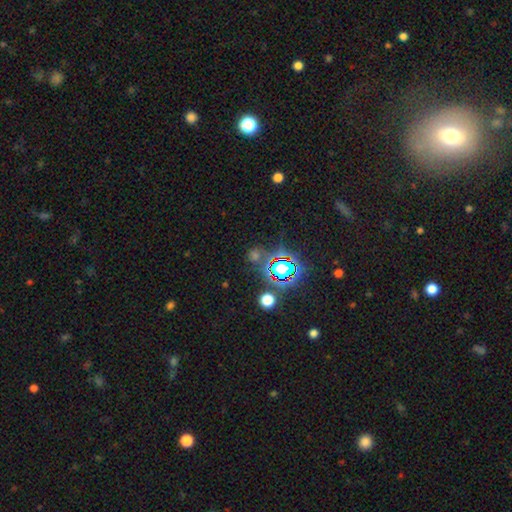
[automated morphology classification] A star or artifact, not a galaxy (62%).

Vote fractions:
- Smooth or featured? star or artifact: 62% / smooth: 29% / featured or disk: 9%